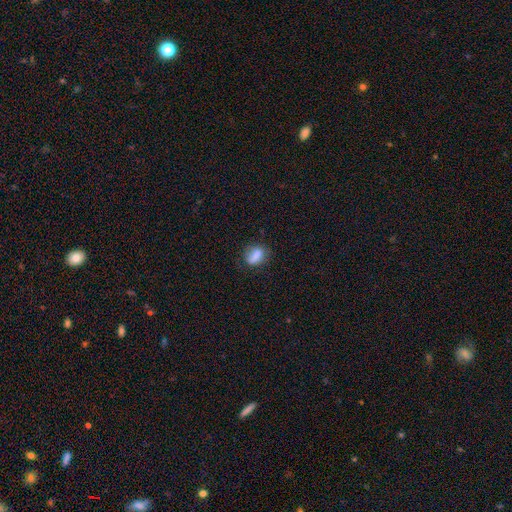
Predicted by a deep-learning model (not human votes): Overall: smooth (79%). How rounded: in between (67%). Merging: none (66%).